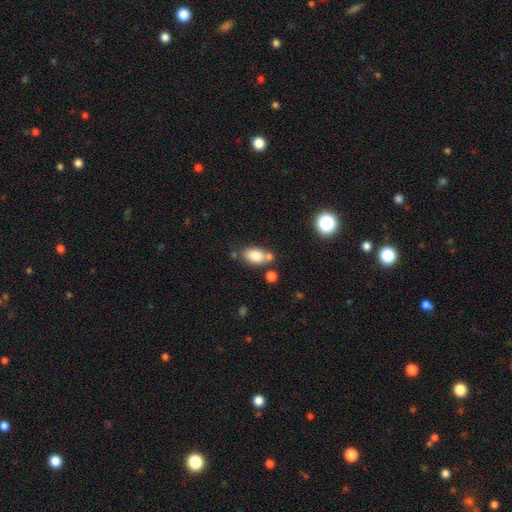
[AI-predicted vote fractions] Q: Smooth or featured?
A: smooth (82%); runner-up: featured or disk (9%)
Q: How rounded?
A: in between (88%); runner-up: round (9%)
Q: Merging?
A: none (58%); runner-up: merger (21%)